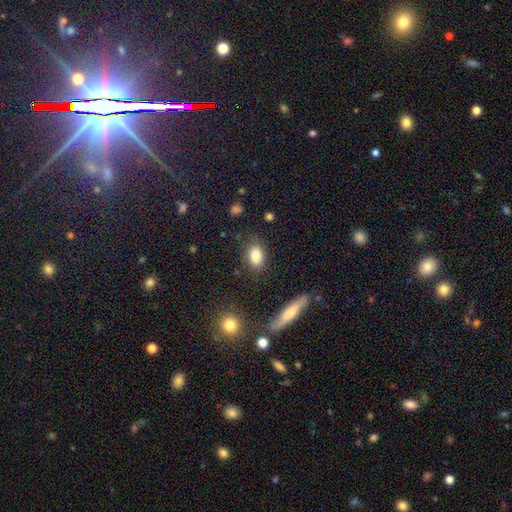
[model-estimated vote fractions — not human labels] Q: Smooth or featured?
A: smooth (84%); runner-up: star or artifact (9%)
Q: How rounded?
A: in between (82%); runner-up: round (15%)
Q: Merging?
A: none (79%); runner-up: minor disturbance (14%)